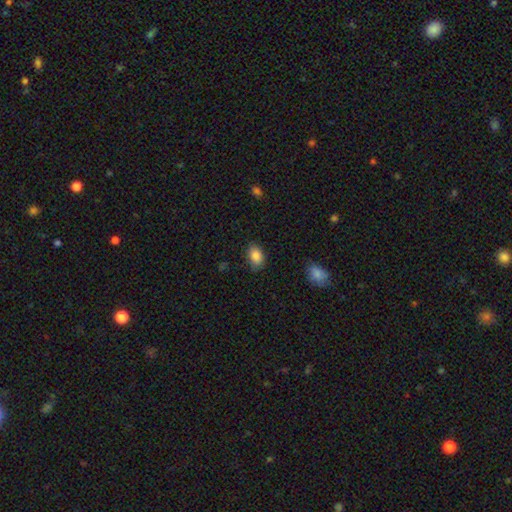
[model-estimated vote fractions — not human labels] Morphology: type=smooth (87%); roundness=in between (85%); merging=none (82%).